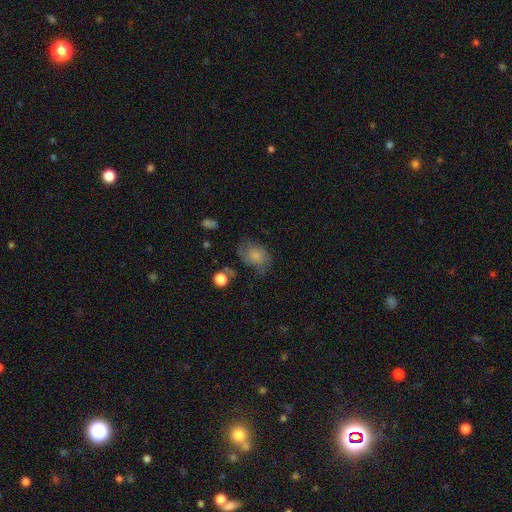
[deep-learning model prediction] smooth_or_featured: smooth (p=0.56) [alt: featured or disk p=0.34]
how_rounded: in between (p=0.66) [alt: round p=0.33]
merging: none (p=0.46) [alt: minor disturbance p=0.28]